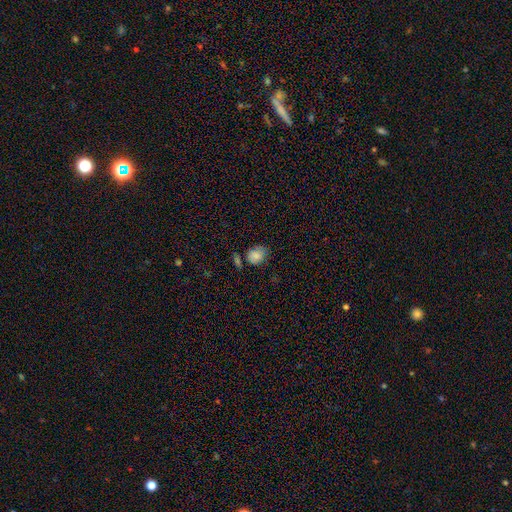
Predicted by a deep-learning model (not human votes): Smooth or featured? smooth (83%)
How rounded? round (54%)
Merging? none (60%)